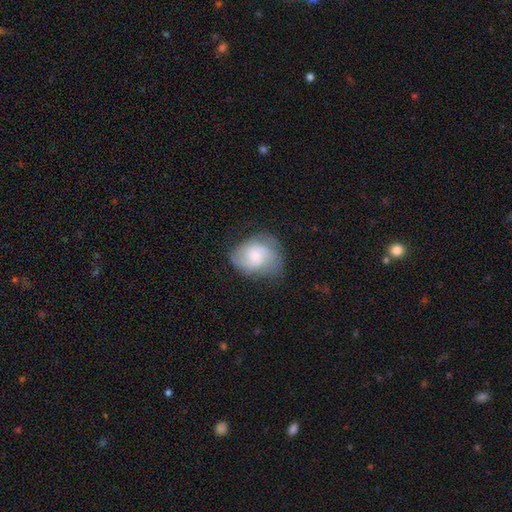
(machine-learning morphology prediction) Smooth or featured? Predicted: featured or disk (p=0.53). Edge-on disk? Predicted: no (p=0.97). Bar? Predicted: no (p=0.68). Spiral arms? Predicted: yes (p=0.88). Bulge size? Predicted: small (p=0.44). Merging? Predicted: none (p=0.63).